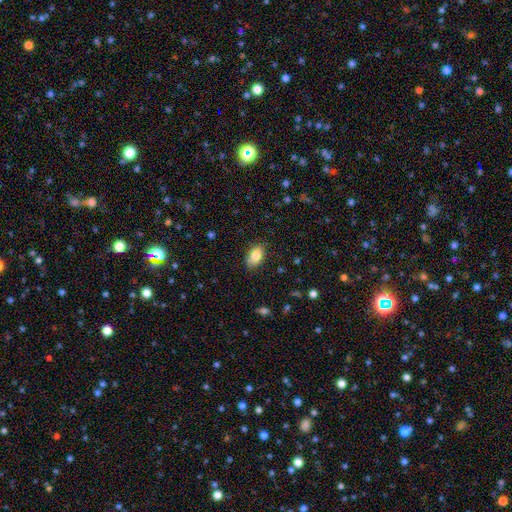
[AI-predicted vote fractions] Q: Smooth or featured?
A: smooth (83%); runner-up: featured or disk (9%)
Q: How rounded?
A: in between (87%); runner-up: round (11%)
Q: Merging?
A: none (81%); runner-up: minor disturbance (15%)